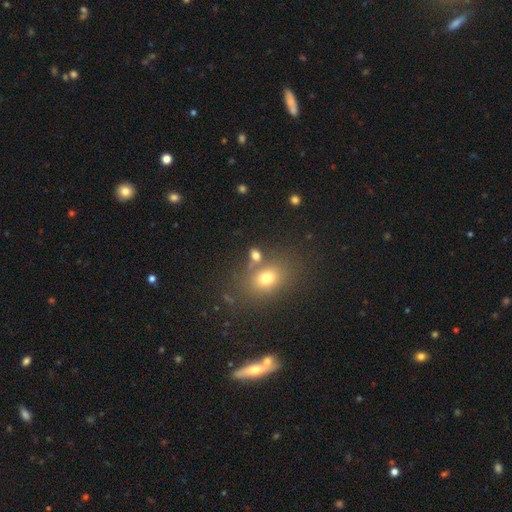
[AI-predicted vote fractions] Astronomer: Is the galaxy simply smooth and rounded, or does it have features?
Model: smooth — 72%.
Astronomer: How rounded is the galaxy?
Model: in between — 65%.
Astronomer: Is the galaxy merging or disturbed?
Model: none — 62%.